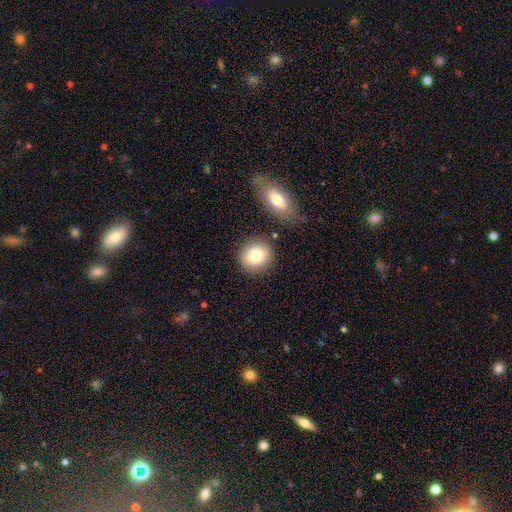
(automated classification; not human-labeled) smooth-or-featured: smooth: 81% | featured or disk: 10% | star or artifact: 9%
  how-rounded: round: 85% | in between: 14% | cigar-shaped: 1%
  merging: none: 80% | minor disturbance: 10% | merger: 8% | major disturbance: 3%